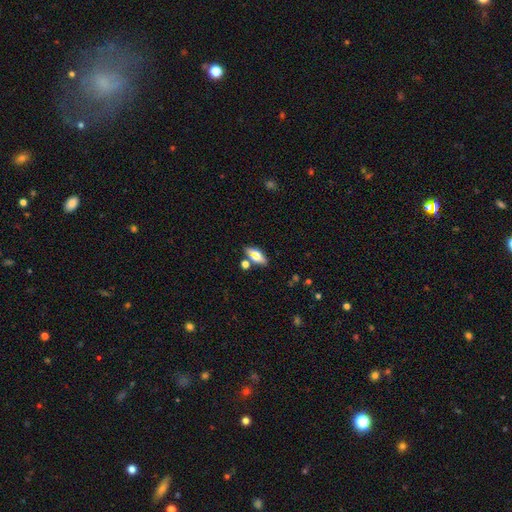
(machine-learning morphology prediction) A smooth galaxy with no disk features (59%) that is in between round and cigar-shaped (74%). Merging: none (70%).